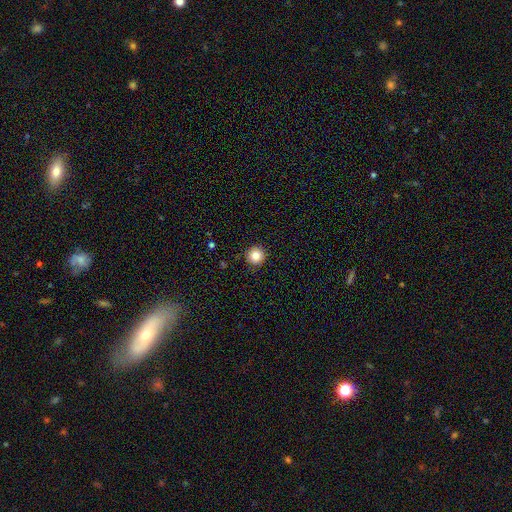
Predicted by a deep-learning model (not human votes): This is clearly a smooth galaxy (84%). How rounded: clearly round (95%). Merging: clearly none (92%).